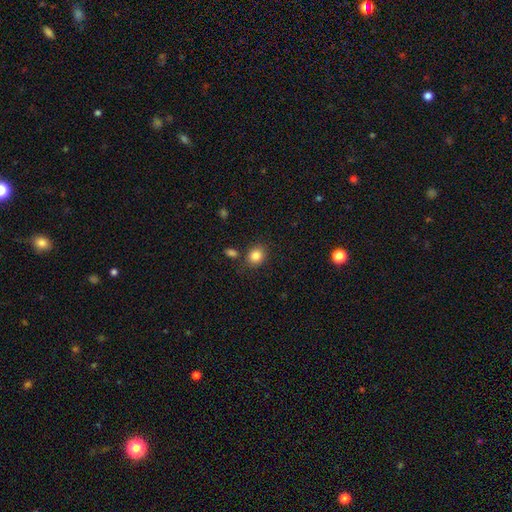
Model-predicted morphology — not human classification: A smooth galaxy with no disk features (84%) that is round (66%).

Vote fractions:
- Smooth or featured? smooth: 84% / star or artifact: 10% / featured or disk: 6%
- How rounded? round: 66% / in between: 33% / cigar-shaped: 1%
- Merging? none: 78% / minor disturbance: 11% / merger: 7% / major disturbance: 4%